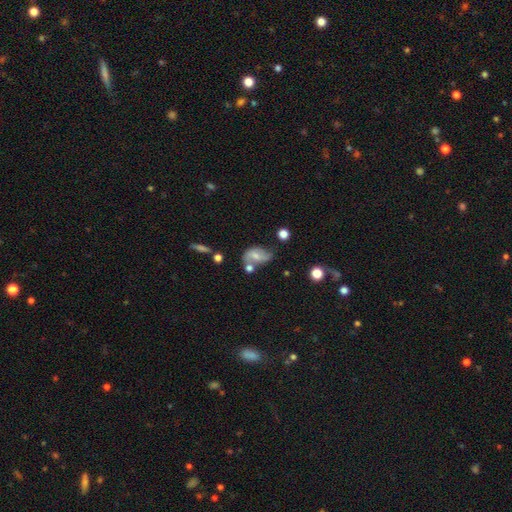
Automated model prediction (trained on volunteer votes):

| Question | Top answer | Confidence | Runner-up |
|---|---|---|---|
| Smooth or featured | featured or disk | 48% | smooth (41%) |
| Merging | none | 41% | minor disturbance (26%) |